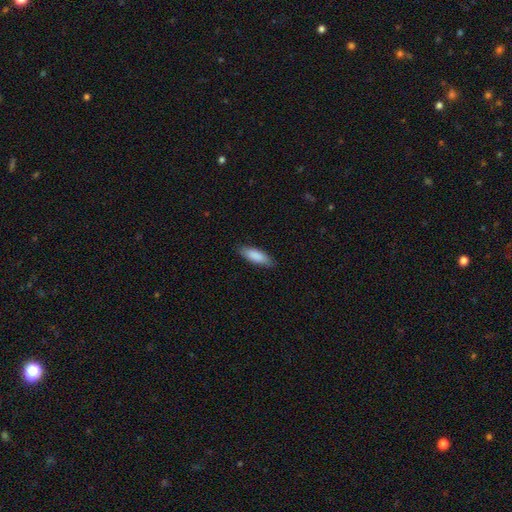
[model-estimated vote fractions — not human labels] This is clearly a smooth galaxy (88%). How rounded: likely in between (60%). Merging: clearly none (87%).